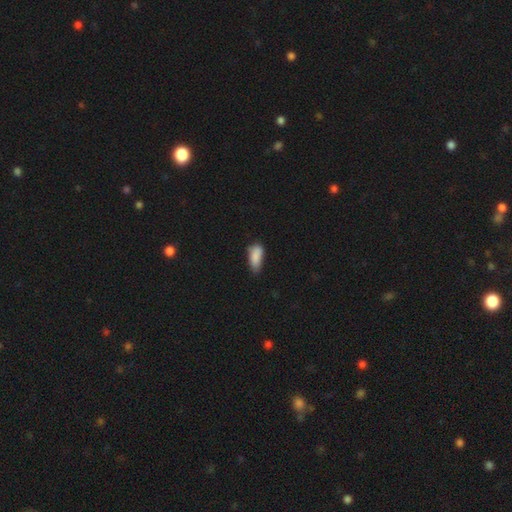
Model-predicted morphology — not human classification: A smooth galaxy with no disk features (85%) that is in between round and cigar-shaped (82%).

Vote fractions:
- Smooth or featured? smooth: 85% / star or artifact: 8% / featured or disk: 7%
- How rounded? in between: 82% / cigar-shaped: 15% / round: 3%
- Merging? none: 48% / minor disturbance: 40% / major disturbance: 9% / merger: 3%